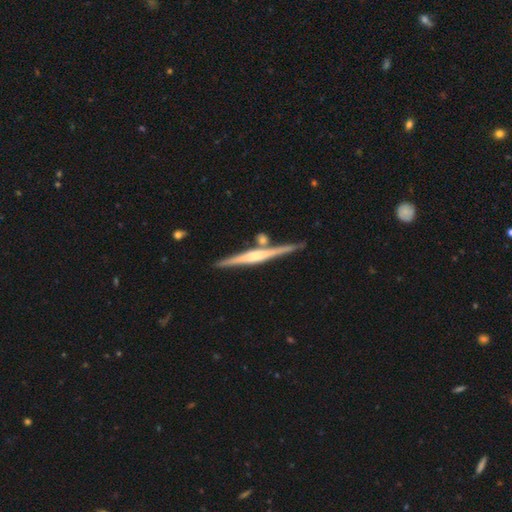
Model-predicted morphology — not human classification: type=featured or disk (78%); edge-on=yes (98%); edge-on bulge=rounded (66%); merging=none (81%).